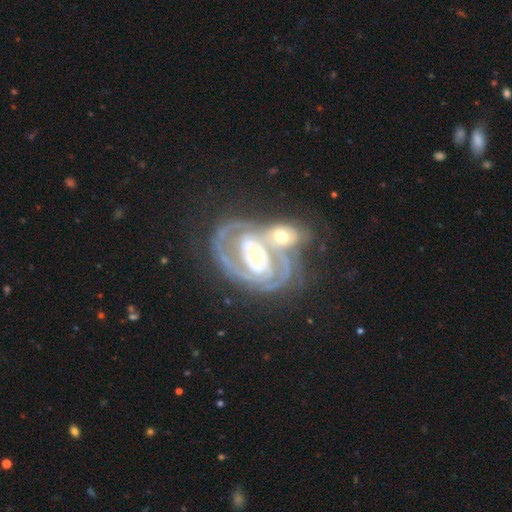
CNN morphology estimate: smooth-or-featured: featured or disk: 88% | smooth: 7% | star or artifact: 5%
  disk-edge-on: no: 97% | yes: 3%
    bar: no: 57% | weak: 27% | strong: 16%
    has-spiral-arms: yes: 91% | no: 9%
      spiral-winding: tight: 71% | medium: 23% | loose: 6%
      spiral-arm-count: 2: 51% | can't tell: 23% | 3: 10% | 1: 8% | 4: 4% | more than 4: 4%
    bulge-size: small: 54% | moderate: 39% | large: 4% | none: 2% | dominant: 1%
  merging: merger: 52% | none: 28% | minor disturbance: 11% | major disturbance: 10%